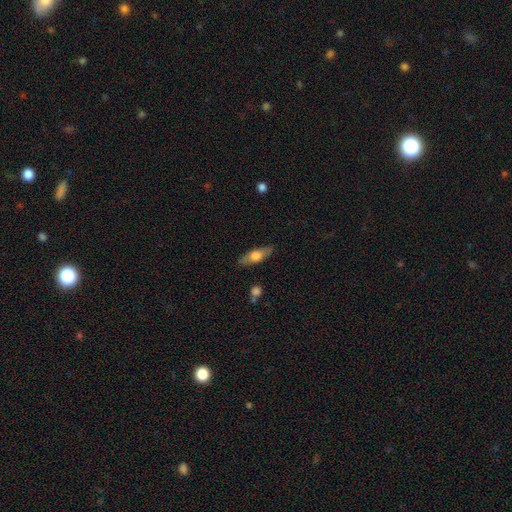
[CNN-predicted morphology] Smooth or featured? Predicted: smooth (p=0.51). How rounded? Predicted: in between (p=0.52). Merging? Predicted: none (p=0.85).